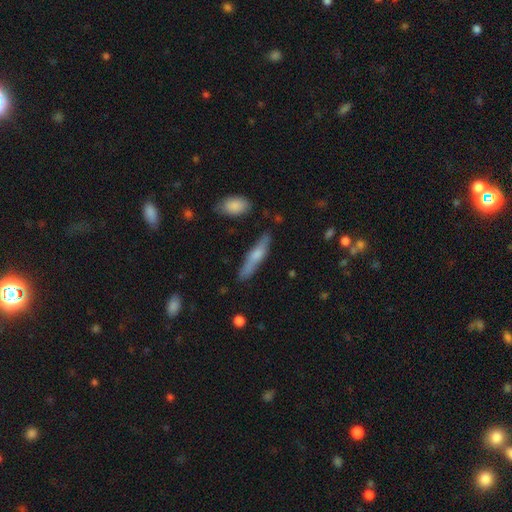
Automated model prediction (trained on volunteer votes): The model was most divided on "smooth or featured": smooth: 53%, featured or disk: 41%, star or artifact: 6%. More confident: how rounded — cigar-shaped (85%); merging — none (80%).